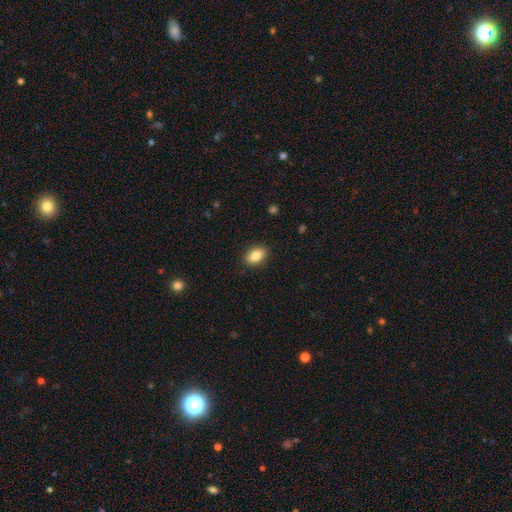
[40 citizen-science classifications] smooth_or_featured: smooth (p=0.90) [alt: star or artifact p=0.10]
how_rounded: in between (p=0.89) [alt: round p=0.11]
merging: none (p=0.92) [alt: minor disturbance p=0.08]